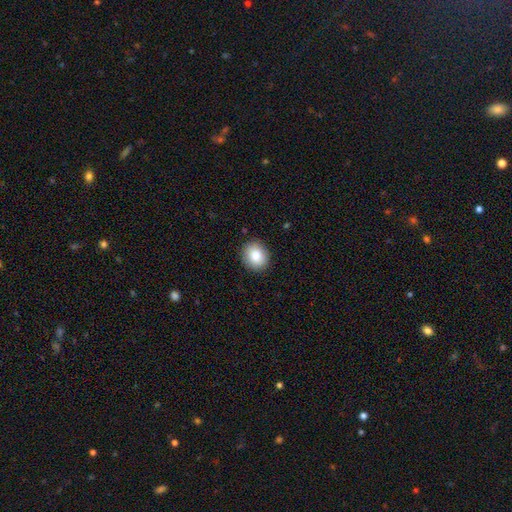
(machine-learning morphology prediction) smooth_or_featured: smooth (p=0.86) [alt: star or artifact p=0.08]
how_rounded: round (p=0.68) [alt: in between p=0.31]
merging: none (p=0.89) [alt: minor disturbance p=0.08]